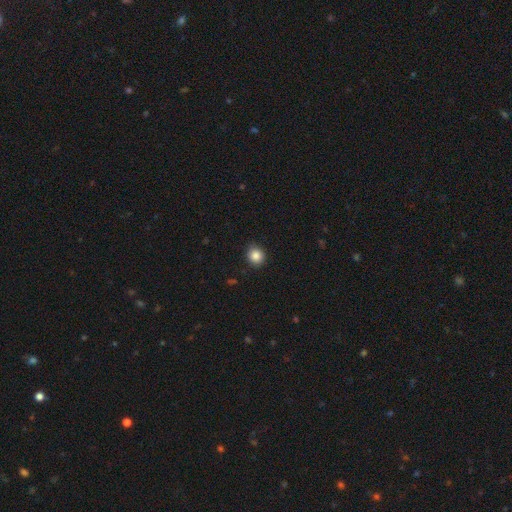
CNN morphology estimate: smooth-or-featured: smooth: 86% | star or artifact: 10% | featured or disk: 4%
  how-rounded: round: 85% | in between: 15% | cigar-shaped: 1%
  merging: none: 88% | minor disturbance: 9% | major disturbance: 2% | merger: 1%